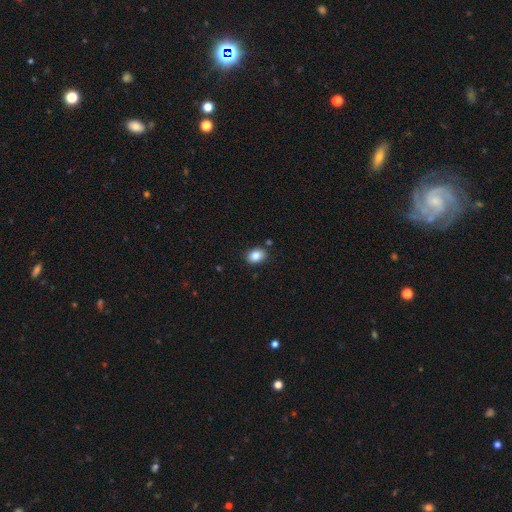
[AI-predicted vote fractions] Overall: smooth (86%). How rounded: in between (71%). Merging: none (85%).